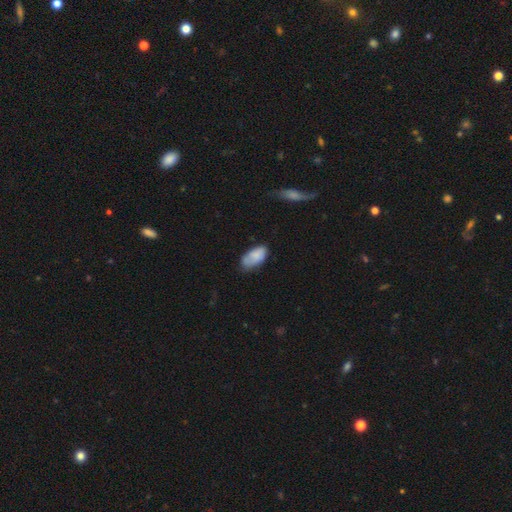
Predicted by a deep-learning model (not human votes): A smooth galaxy with no disk features (79%) that is in between round and cigar-shaped (94%).

Vote fractions:
- Smooth or featured? smooth: 79% / featured or disk: 14% / star or artifact: 7%
- How rounded? in between: 94% / cigar-shaped: 3% / round: 3%
- Merging? none: 56% / minor disturbance: 32% / major disturbance: 8% / merger: 4%